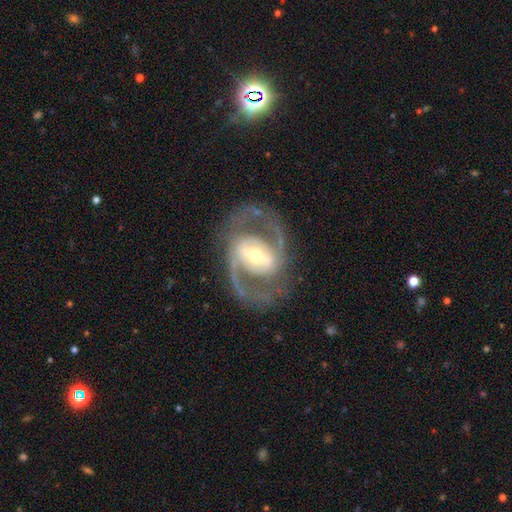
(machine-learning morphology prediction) Q: Smooth or featured?
A: featured or disk (90%); runner-up: smooth (6%)
Q: Edge-on disk?
A: no (96%); runner-up: yes (4%)
Q: Bar?
A: strong (60%); runner-up: weak (28%)
Q: Spiral arms?
A: yes (92%); runner-up: no (8%)
Q: Spiral winding?
A: medium (58%); runner-up: loose (22%)
Q: Spiral arm count?
A: 2 (91%); runner-up: can't tell (3%)
Q: Bulge size?
A: moderate (55%); runner-up: small (35%)
Q: Merging?
A: none (76%); runner-up: minor disturbance (12%)